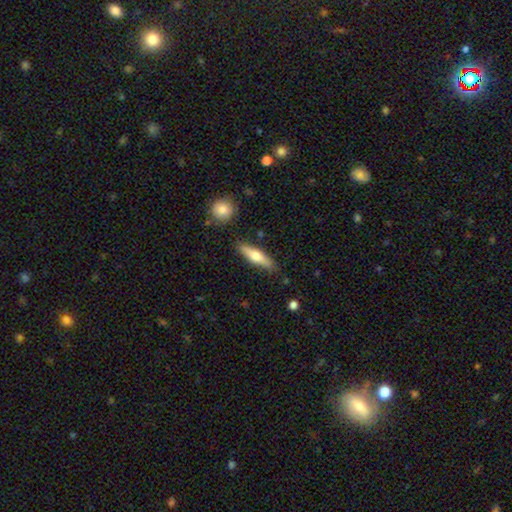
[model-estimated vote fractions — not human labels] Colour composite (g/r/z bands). It shows a smooth galaxy with no disk features (52%) that is cigar-shaped (71%). Merging: none (84%).